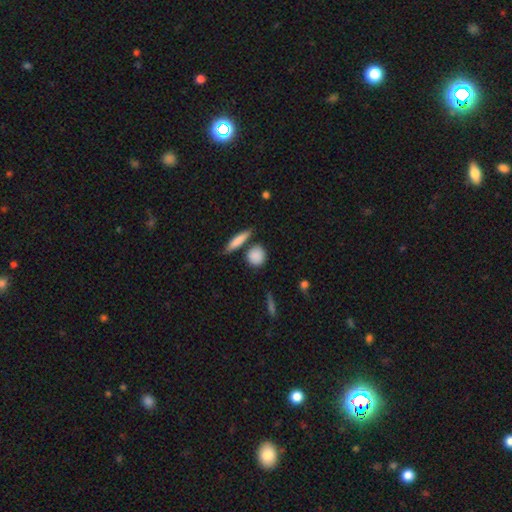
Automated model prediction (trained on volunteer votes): Smooth or featured? smooth (84%)
How rounded? round (65%)
Merging? none (73%)